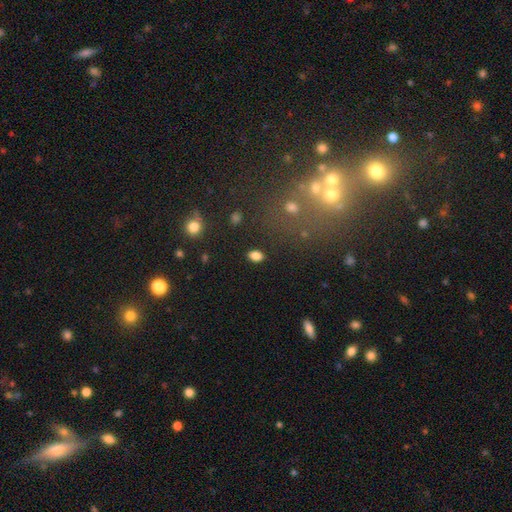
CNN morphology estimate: Q: Smooth or featured?
A: smooth (84%); runner-up: star or artifact (11%)
Q: How rounded?
A: in between (85%); runner-up: round (13%)
Q: Merging?
A: none (88%); runner-up: minor disturbance (8%)